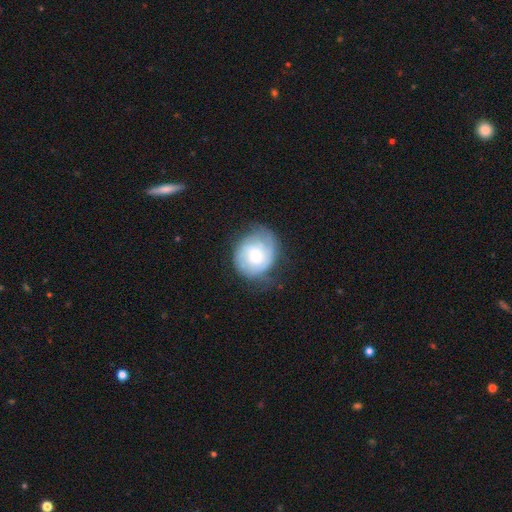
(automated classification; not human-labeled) Smooth or featured? featured or disk (55%)
Edge-on disk? no (98%)
Bar? no (73%)
Spiral arms? yes (83%)
Bulge size? moderate (51%)
Merging? none (54%)